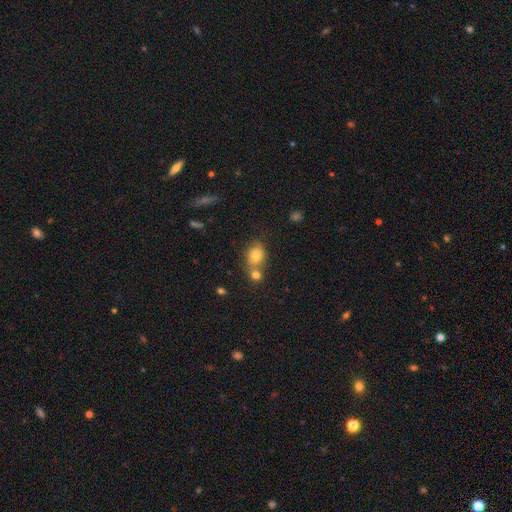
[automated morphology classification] A smooth galaxy with no disk features (76%) that is in between round and cigar-shaped (61%). Merging: none (51%).